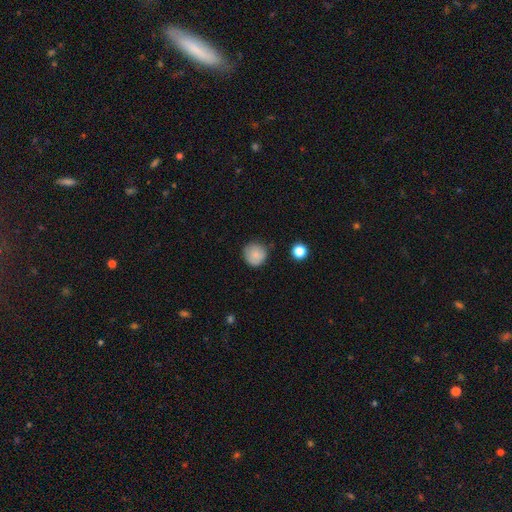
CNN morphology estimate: The model was most divided on "merging": none: 80%, minor disturbance: 15%, major disturbance: 3%, merger: 2%. More confident: how rounded — round (94%); smooth or featured — smooth (84%).